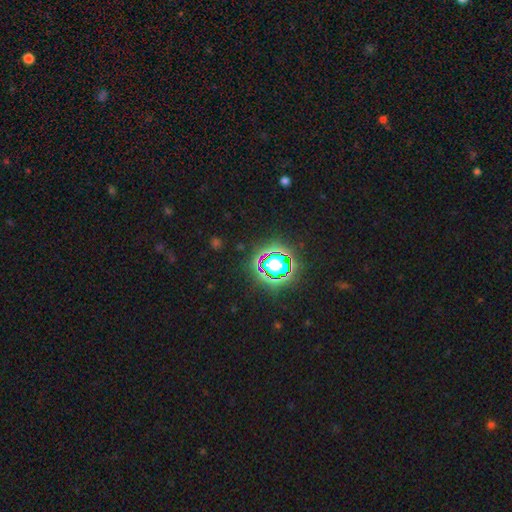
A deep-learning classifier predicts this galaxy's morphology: star or artifact 77%, smooth 15%, featured or disk 8%.